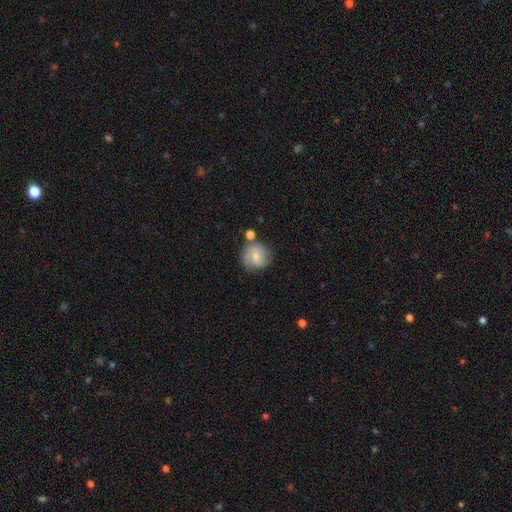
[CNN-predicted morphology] The model was most divided on "bar": no: 50%, weak: 41%, strong: 9%. More confident: edge-on disk — no (97%); spiral arms — yes (86%); merging — none (62%); bulge size — small (61%); smooth or featured — featured or disk (52%).